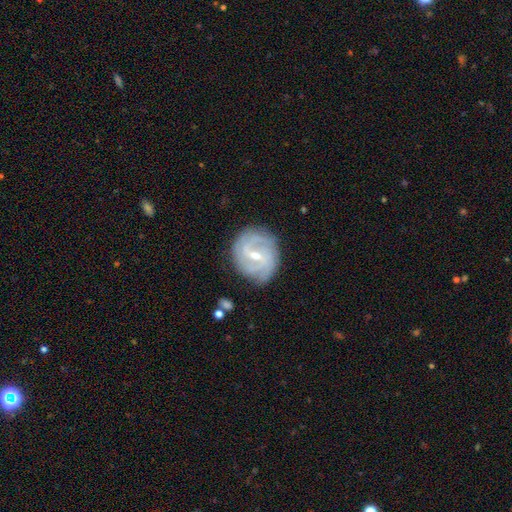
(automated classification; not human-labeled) Smooth or featured? Predicted: featured or disk (p=0.85). Edge-on disk? Predicted: no (p=0.97). Bar? Predicted: weak (p=0.55). Spiral arms? Predicted: yes (p=0.95). Spiral winding? Predicted: tight (p=0.55). Spiral arm count? Predicted: 2 (p=0.36). Bulge size? Predicted: moderate (p=0.49). Merging? Predicted: none (p=0.78).